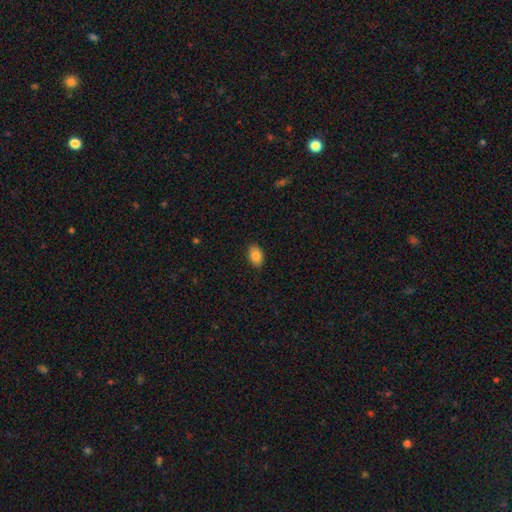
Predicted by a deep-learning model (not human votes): smooth-or-featured: smooth: 86% | star or artifact: 8% | featured or disk: 7%
  how-rounded: in between: 88% | round: 11% | cigar-shaped: 1%
  merging: none: 89% | minor disturbance: 9% | major disturbance: 2% | merger: 1%